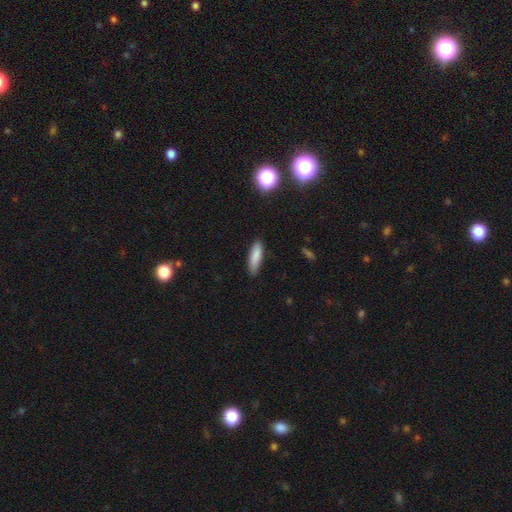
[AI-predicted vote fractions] This appears to be a smooth galaxy with no disk features (85%) that is cigar-shaped (59%). Merging: none (82%).